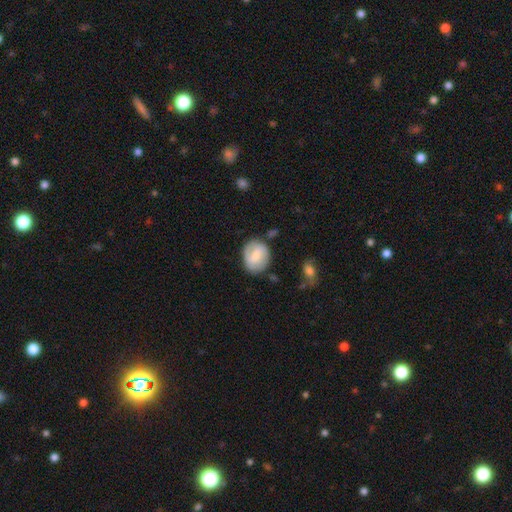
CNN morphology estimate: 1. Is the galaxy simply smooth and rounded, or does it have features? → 57% smooth, 37% featured or disk, 7% star or artifact.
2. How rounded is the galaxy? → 56% round, 43% in between, 1% cigar-shaped.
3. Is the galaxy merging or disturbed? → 72% none, 19% minor disturbance, 5% major disturbance, 4% merger.